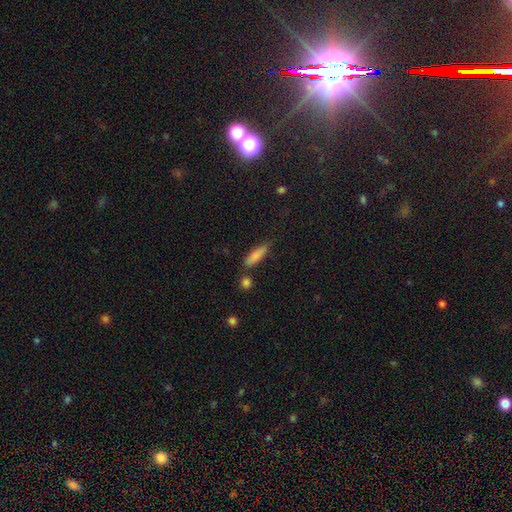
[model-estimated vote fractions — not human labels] smooth 82%, featured or disk 10%, star or artifact 8%. Down the decision tree: how rounded — cigar-shaped (62%); merging — none (64%).